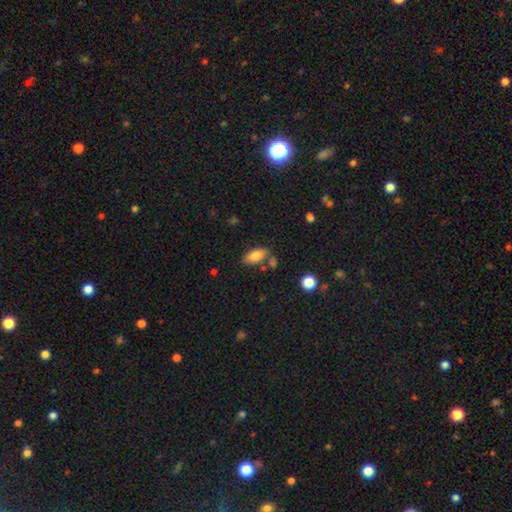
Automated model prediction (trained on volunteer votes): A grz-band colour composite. It shows a smooth galaxy with no disk features (79%) that is in between round and cigar-shaped (86%). Merging: none (70%).